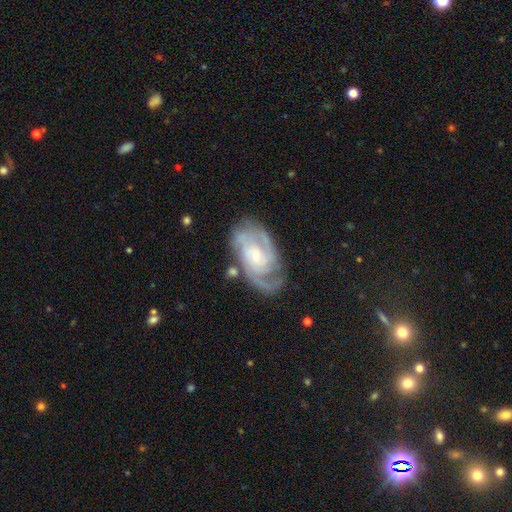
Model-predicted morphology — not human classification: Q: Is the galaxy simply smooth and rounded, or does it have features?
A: featured or disk — 88%.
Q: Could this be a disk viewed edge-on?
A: no — 97%.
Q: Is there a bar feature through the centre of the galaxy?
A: no — 60%.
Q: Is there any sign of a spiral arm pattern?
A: yes — 97%.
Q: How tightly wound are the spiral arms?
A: tight — 53%.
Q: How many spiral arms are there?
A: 2 — 42%.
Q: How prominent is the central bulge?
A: small — 68%.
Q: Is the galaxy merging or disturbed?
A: none — 70%.